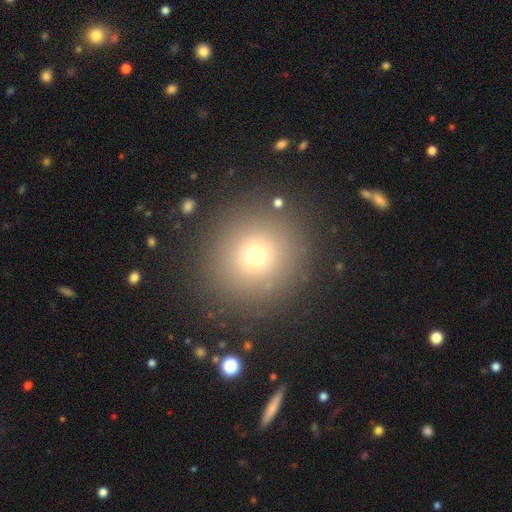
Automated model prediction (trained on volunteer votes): smooth_or_featured: smooth (p=0.68) [alt: star or artifact p=0.21]
how_rounded: round (p=0.94) [alt: in between p=0.05]
merging: none (p=0.88) [alt: minor disturbance p=0.06]